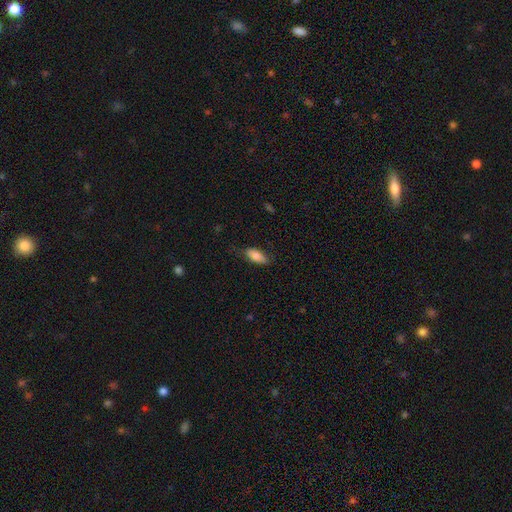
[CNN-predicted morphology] A smooth galaxy with no disk features (80%) that is in between round and cigar-shaped (84%). Merging: none (71%).